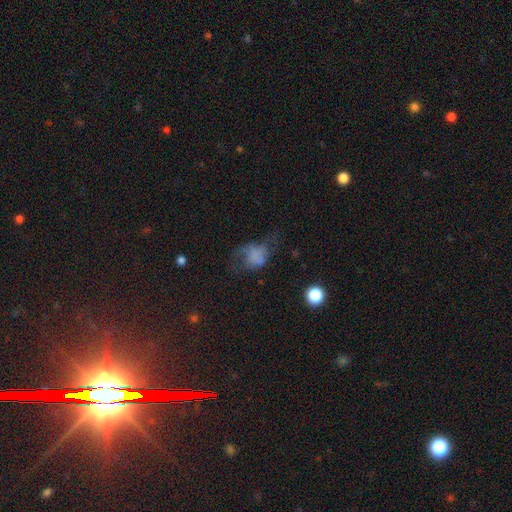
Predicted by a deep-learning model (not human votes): Morphology: type=smooth (62%); roundness=in between (56%); merging=major disturbance (45%).